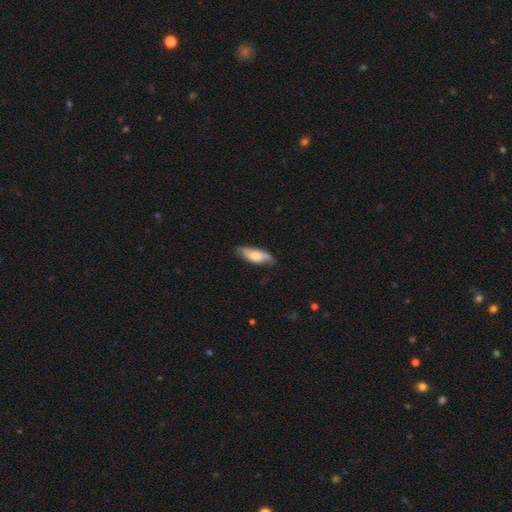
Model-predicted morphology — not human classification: smooth-or-featured: smooth: 57% | featured or disk: 37% | star or artifact: 6%
  how-rounded: in between: 69% | cigar-shaped: 29% | round: 2%
  merging: none: 63% | minor disturbance: 28% | major disturbance: 7% | merger: 2%